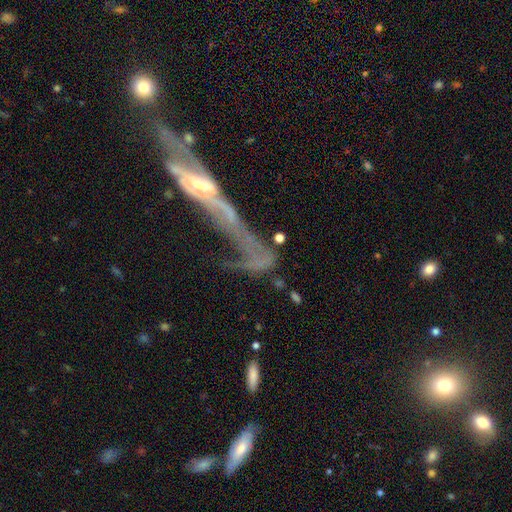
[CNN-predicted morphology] smooth-or-featured: featured or disk: 71% | smooth: 17% | star or artifact: 12%
  disk-edge-on: no: 69% | yes: 31%
  merging: major disturbance: 49% | none: 22% | merger: 17% | minor disturbance: 12%